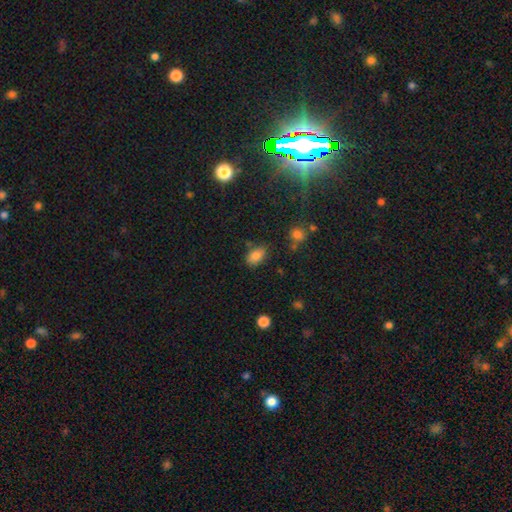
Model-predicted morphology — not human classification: smooth_or_featured: smooth (p=0.83) [alt: star or artifact p=0.10]
how_rounded: in between (p=0.88) [alt: round p=0.10]
merging: none (p=0.74) [alt: minor disturbance p=0.18]